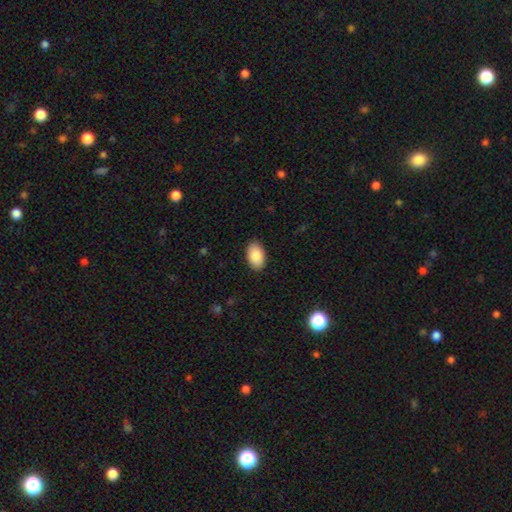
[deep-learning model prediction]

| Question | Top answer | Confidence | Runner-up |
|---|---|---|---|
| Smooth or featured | smooth | 88% | star or artifact (6%) |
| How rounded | in between | 94% | round (5%) |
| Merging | none | 89% | minor disturbance (8%) |